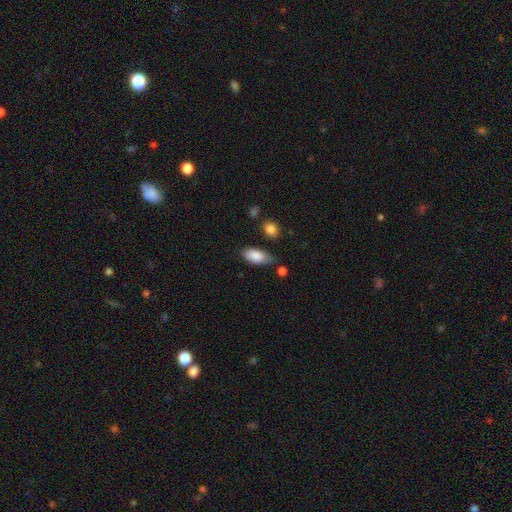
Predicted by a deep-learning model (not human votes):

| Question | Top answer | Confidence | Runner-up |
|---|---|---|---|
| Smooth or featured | smooth | 86% | featured or disk (8%) |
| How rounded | in between | 89% | cigar-shaped (8%) |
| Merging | none | 65% | minor disturbance (25%) |